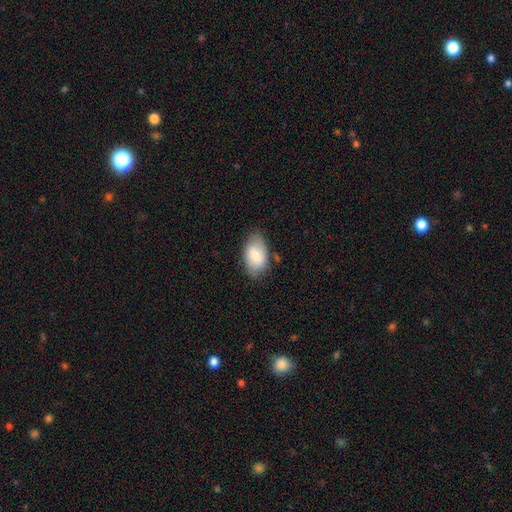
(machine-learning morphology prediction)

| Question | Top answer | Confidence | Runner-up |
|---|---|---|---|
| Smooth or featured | smooth | 77% | featured or disk (16%) |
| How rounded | in between | 92% | round (6%) |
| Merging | none | 75% | minor disturbance (19%) |